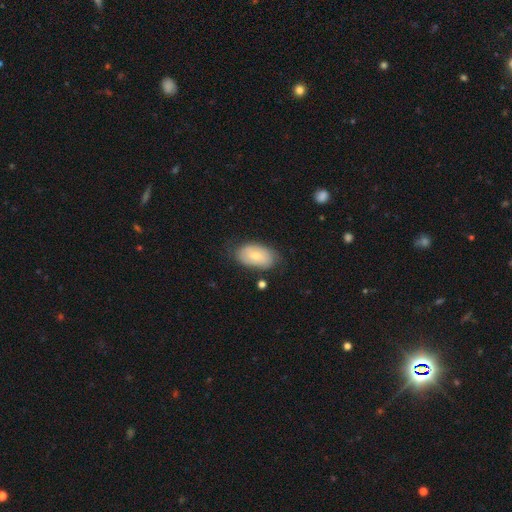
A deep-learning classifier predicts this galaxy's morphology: This is likely a smooth galaxy (61%). How rounded: clearly in between (93%). Merging: likely none (68%).